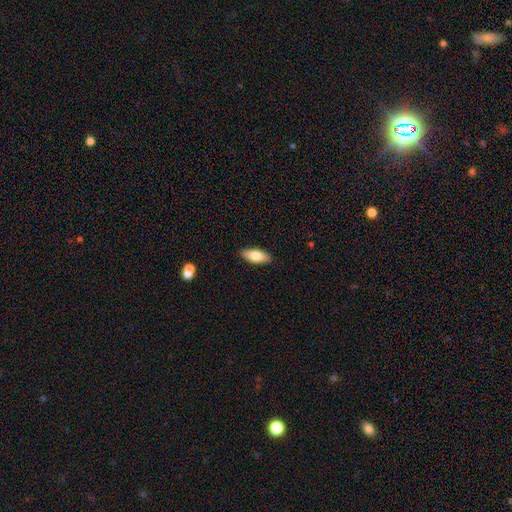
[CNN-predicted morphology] Overall: smooth (78%). How rounded: in between (81%). Merging: none (89%).